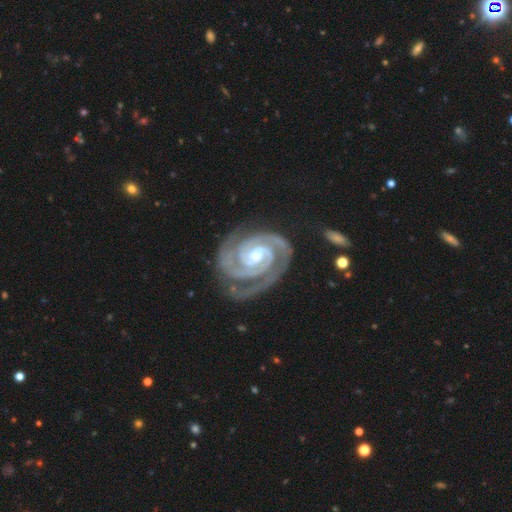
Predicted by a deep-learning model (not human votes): The model was most divided on "bulge size": small: 53%, moderate: 43%, large: 2%, none: 1%, dominant: 1%. Remaining: spiral arms — yes (99%); edge-on disk — no (98%); smooth or featured — featured or disk (94%); spiral winding — tight (81%); spiral arm count — 2 (77%); merging — none (75%); bar — no (45%).